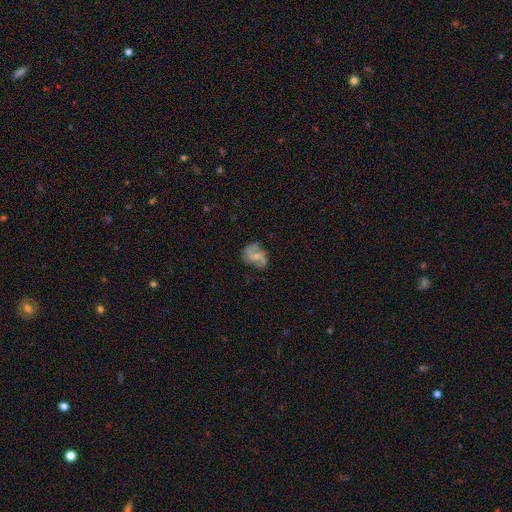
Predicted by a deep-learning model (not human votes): Q: Smooth or featured?
A: featured or disk (68%); runner-up: smooth (24%)
Q: Edge-on disk?
A: no (98%); runner-up: yes (2%)
Q: Bar?
A: no (51%); runner-up: weak (39%)
Q: Spiral arms?
A: yes (88%); runner-up: no (12%)
Q: Spiral winding?
A: loose (48%); runner-up: medium (40%)
Q: Spiral arm count?
A: 2 (80%); runner-up: can't tell (8%)
Q: Bulge size?
A: small (50%); runner-up: moderate (37%)
Q: Merging?
A: none (63%); runner-up: minor disturbance (23%)